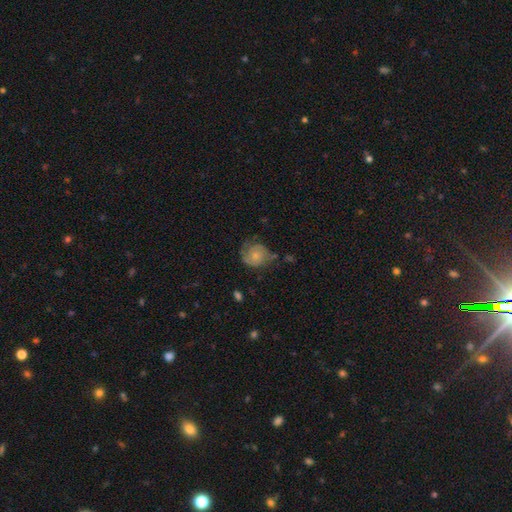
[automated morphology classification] A featured or disk galaxy (48%). Merging: none (51%).